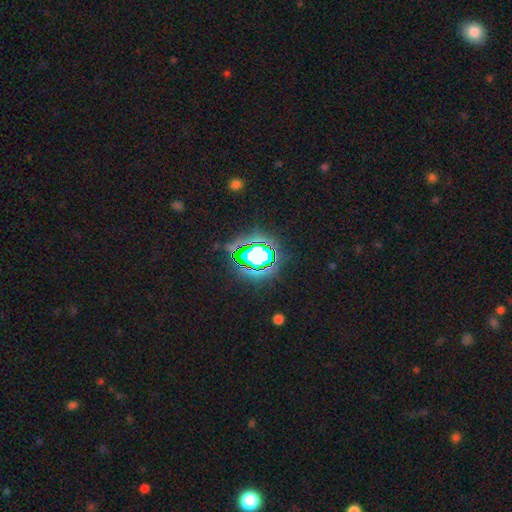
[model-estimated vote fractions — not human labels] Smooth or featured: star or artifact — 62% (smooth — 25%)